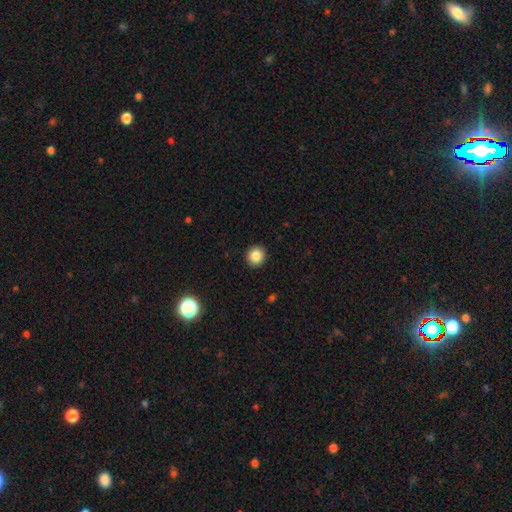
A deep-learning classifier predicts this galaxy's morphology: This appears to be a smooth galaxy with no disk features (86%) that is round (92%). Merging: none (93%).